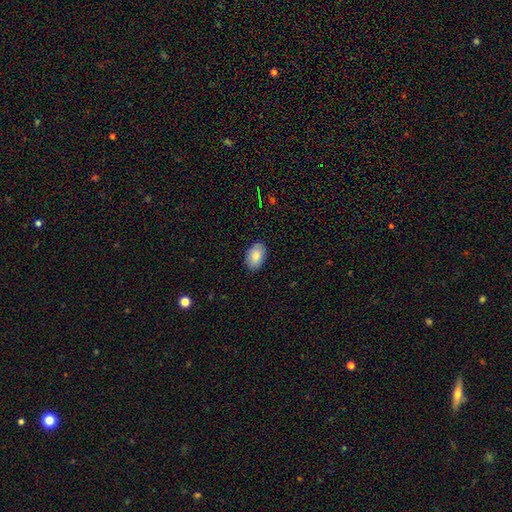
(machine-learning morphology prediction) type=smooth (87%); roundness=in between (90%); merging=none (87%).